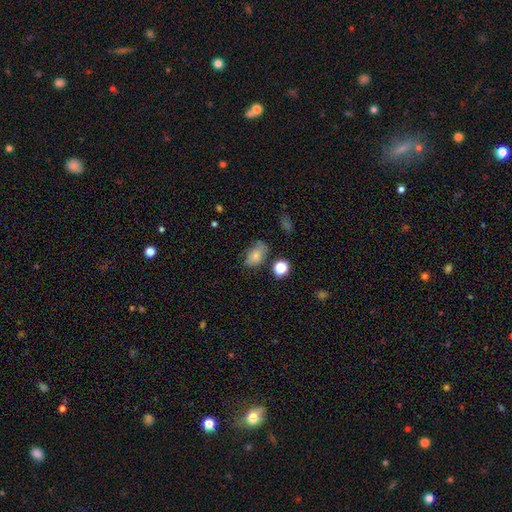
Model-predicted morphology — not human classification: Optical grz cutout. It shows a smooth galaxy with no disk features (77%) that is in between round and cigar-shaped (84%). Merging: none (66%).